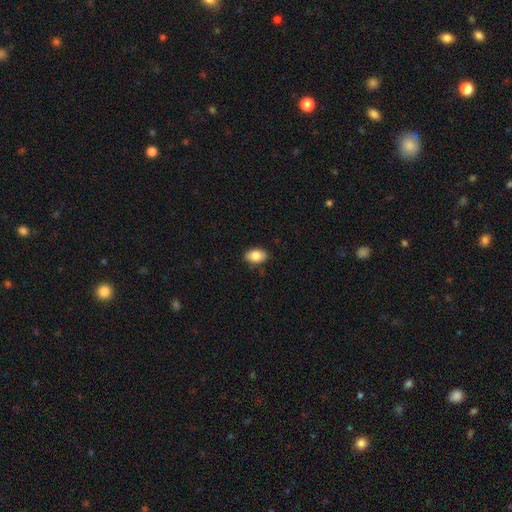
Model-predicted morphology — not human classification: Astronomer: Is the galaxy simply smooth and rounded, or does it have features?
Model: smooth — 83%.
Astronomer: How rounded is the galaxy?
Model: in between — 89%.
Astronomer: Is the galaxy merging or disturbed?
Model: none — 86%.